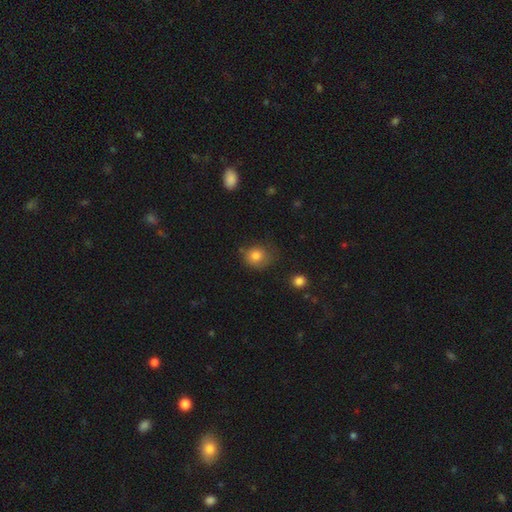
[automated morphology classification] Q: Smooth or featured?
A: smooth (80%); runner-up: star or artifact (11%)
Q: How rounded?
A: round (73%); runner-up: in between (26%)
Q: Merging?
A: none (64%); runner-up: minor disturbance (25%)